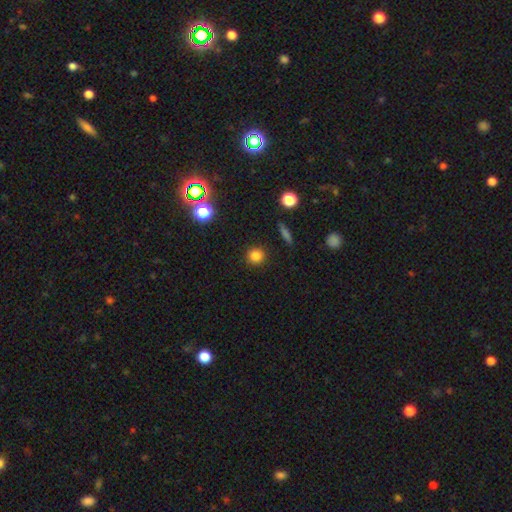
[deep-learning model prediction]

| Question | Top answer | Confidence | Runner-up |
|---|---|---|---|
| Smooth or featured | smooth | 81% | star or artifact (14%) |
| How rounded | round | 93% | in between (6%) |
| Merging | none | 91% | minor disturbance (5%) |